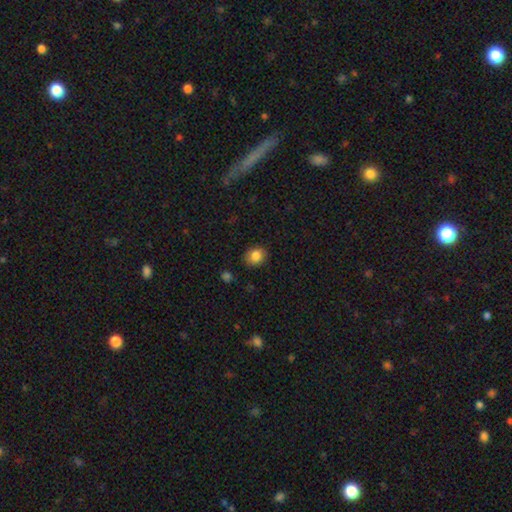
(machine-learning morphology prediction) smooth-or-featured: smooth: 84% | star or artifact: 10% | featured or disk: 6%
  how-rounded: round: 64% | in between: 35% | cigar-shaped: 1%
  merging: none: 85% | minor disturbance: 11% | major disturbance: 2% | merger: 1%